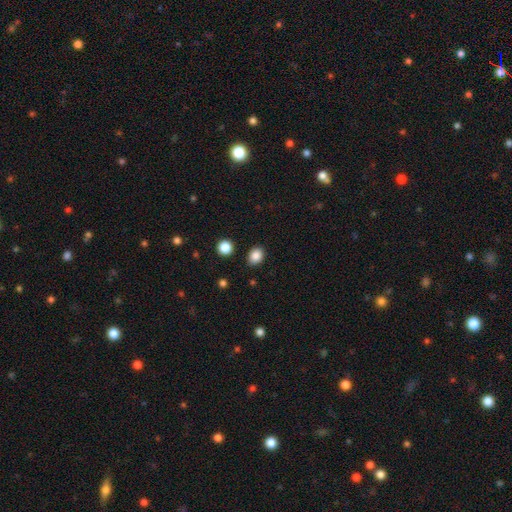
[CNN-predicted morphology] Smooth or featured? Predicted: smooth (p=0.86). How rounded? Predicted: in between (p=0.58). Merging? Predicted: none (p=0.87).